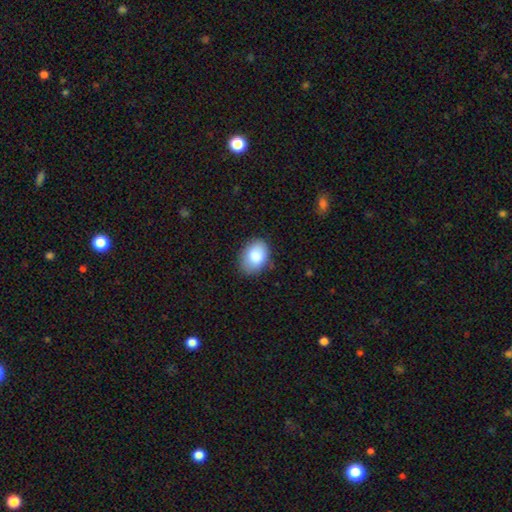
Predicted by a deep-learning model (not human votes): The model was most divided on "how rounded": in between: 78%, round: 21%, cigar-shaped: 1%. More confident: smooth or featured — smooth (86%); merging — none (80%).